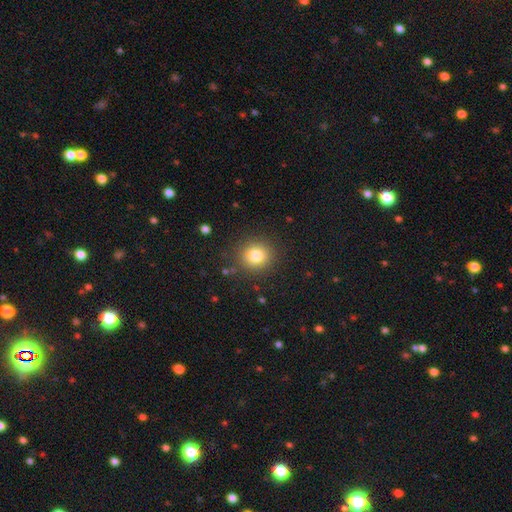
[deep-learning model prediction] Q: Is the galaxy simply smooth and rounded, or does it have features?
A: smooth — 80%.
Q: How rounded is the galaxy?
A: round — 89%.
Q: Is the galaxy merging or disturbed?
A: none — 88%.